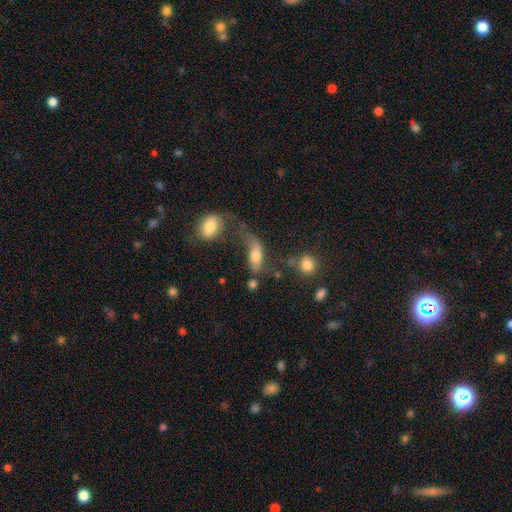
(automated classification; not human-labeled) Smooth or featured?
  - smooth: 69% *
  - featured or disk: 21%
  - star or artifact: 10%
How rounded?
  - in between: 75% *
  - cigar-shaped: 19%
  - round: 6%
Merging?
  - none: 30% *
  - major disturbance: 26%
  - merger: 24%
  - minor disturbance: 20%